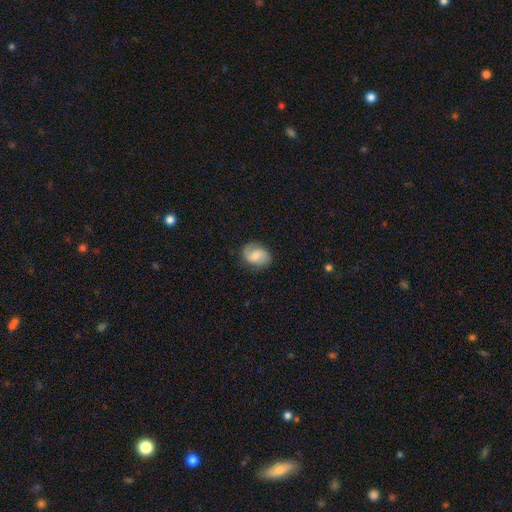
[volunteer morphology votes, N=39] smooth 46%, featured or disk 44%, star or artifact 10%. Down the decision tree: how rounded — round (50%, tied with in between); merging — none (71%).